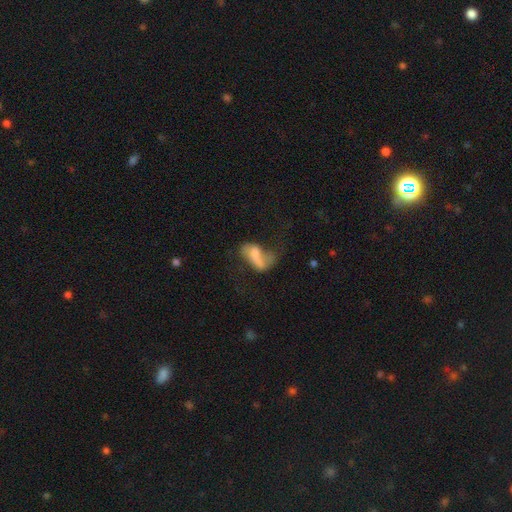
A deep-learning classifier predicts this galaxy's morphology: The model was most divided on "smooth or featured": smooth: 47%, featured or disk: 43%, star or artifact: 10%. Remaining: merging — major disturbance (44%).